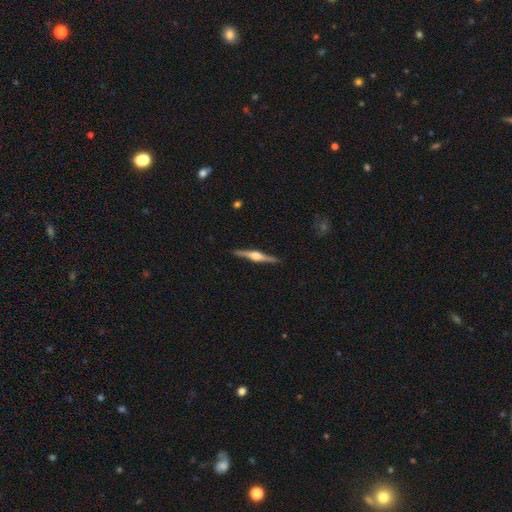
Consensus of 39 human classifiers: smooth_or_featured: featured or disk (p=0.67) [alt: smooth p=0.26]
disk_edge_on: yes (p=0.96) [alt: no p=0.04]
edge_on_bulge: rounded (p=0.92) [alt: boxy p=0.08]
merging: none (p=0.89) [alt: minor disturbance p=0.08]